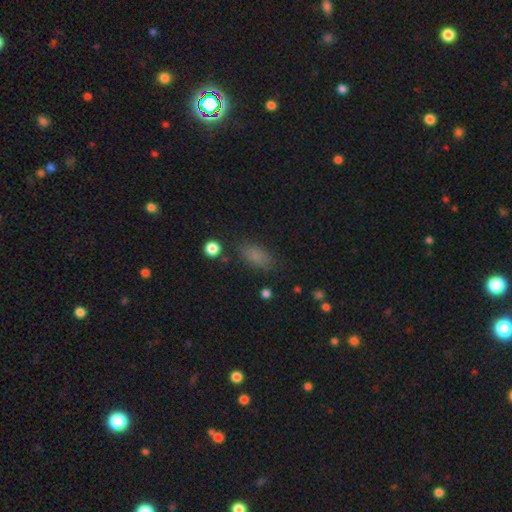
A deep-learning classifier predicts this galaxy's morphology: smooth_or_featured: smooth (p=0.80) [alt: star or artifact p=0.14]
how_rounded: in between (p=0.84) [alt: cigar-shaped p=0.10]
merging: none (p=0.80) [alt: minor disturbance p=0.13]